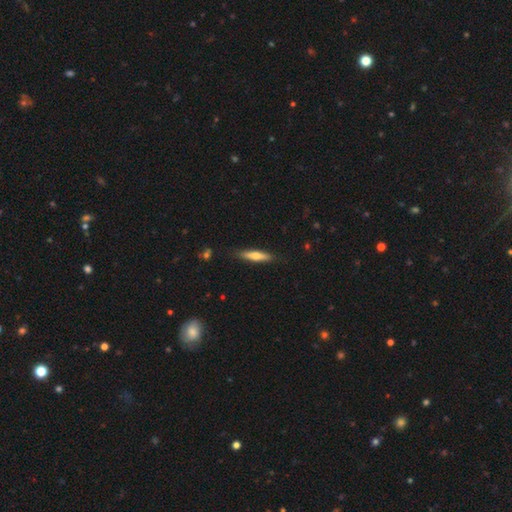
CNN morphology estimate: type=smooth (58%); roundness=cigar-shaped (82%); merging=none (86%).